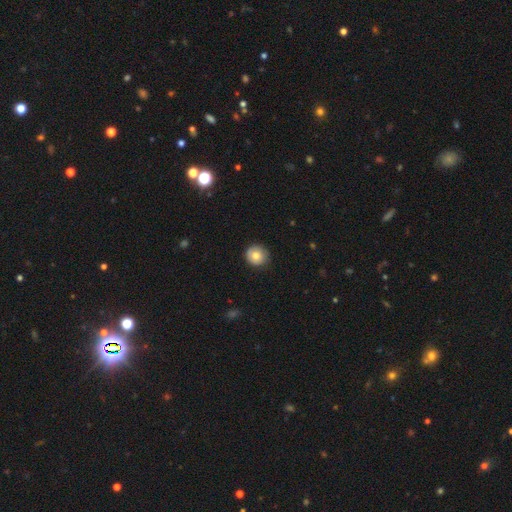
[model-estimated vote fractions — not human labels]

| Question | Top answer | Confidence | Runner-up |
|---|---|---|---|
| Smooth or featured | smooth | 75% | featured or disk (16%) |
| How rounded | round | 92% | in between (7%) |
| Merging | none | 82% | minor disturbance (14%) |